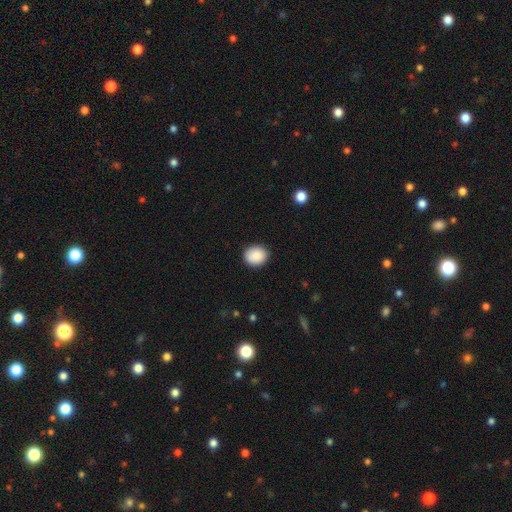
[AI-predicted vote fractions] Q: Smooth or featured?
A: smooth (88%); runner-up: star or artifact (8%)
Q: How rounded?
A: round (71%); runner-up: in between (28%)
Q: Merging?
A: none (90%); runner-up: minor disturbance (7%)